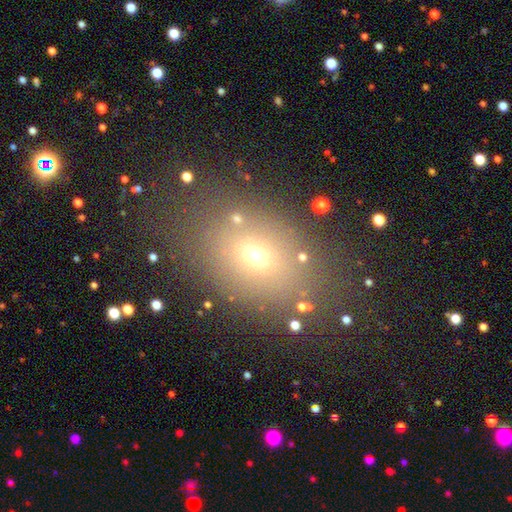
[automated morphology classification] This is likely a smooth galaxy (62%). How rounded: likely in between (63%). Merging: likely none (78%).